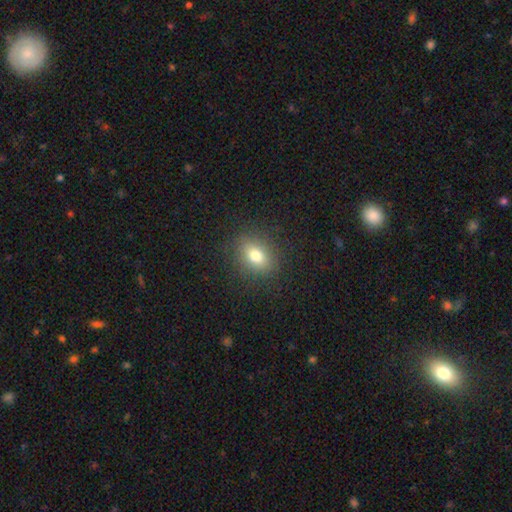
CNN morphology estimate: smooth 77%, star or artifact 13%, featured or disk 11%. Down the decision tree: how rounded — in between (57%); merging — none (87%).